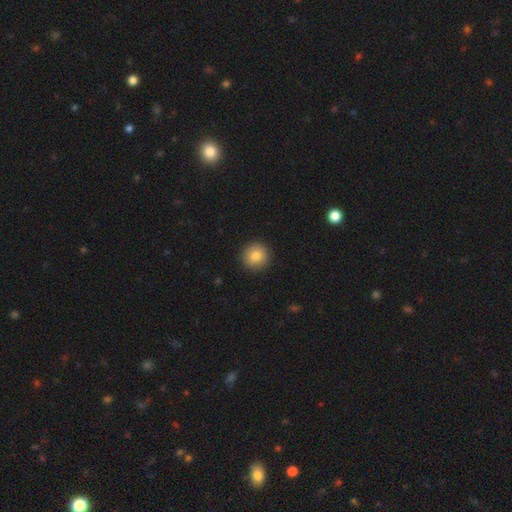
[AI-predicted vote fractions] A smooth galaxy with no disk features (84%) that is round (94%).

Vote fractions:
- Smooth or featured? smooth: 84% / star or artifact: 9% / featured or disk: 8%
- How rounded? round: 94% / in between: 5% / cigar-shaped: 1%
- Merging? none: 92% / minor disturbance: 5% / major disturbance: 2% / merger: 1%